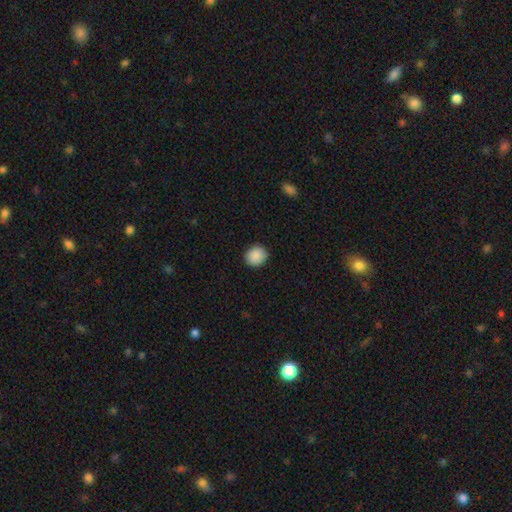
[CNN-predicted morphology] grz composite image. It shows a smooth galaxy with no disk features (89%) that is round (83%). Merging: none (90%).